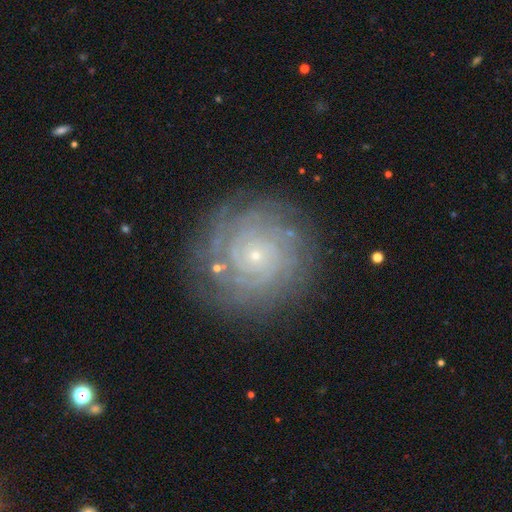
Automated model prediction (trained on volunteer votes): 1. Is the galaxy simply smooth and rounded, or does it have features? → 82% featured or disk, 10% smooth, 8% star or artifact.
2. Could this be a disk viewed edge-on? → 98% no, 2% yes.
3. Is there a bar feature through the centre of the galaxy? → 83% no, 13% weak, 4% strong.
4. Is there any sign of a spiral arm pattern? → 95% yes, 5% no.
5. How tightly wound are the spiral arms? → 85% tight, 13% medium, 3% loose.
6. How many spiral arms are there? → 31% can't tell, 19% 4, 15% 3, 14% 2, 13% more than 4, 7% 1.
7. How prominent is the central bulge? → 88% small, 8% moderate, 2% none, 1% large, 1% dominant.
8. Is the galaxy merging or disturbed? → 83% none, 12% minor disturbance, 4% major disturbance, 2% merger.